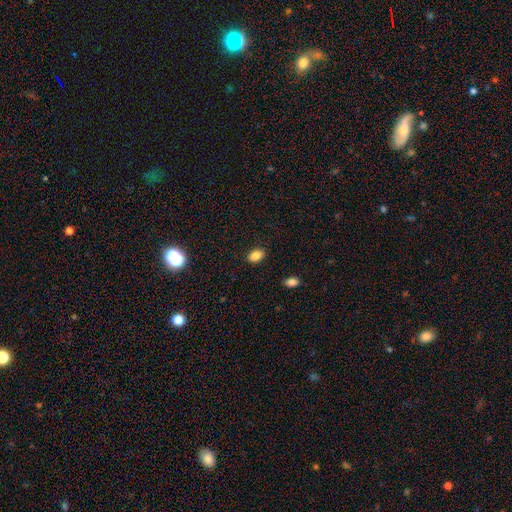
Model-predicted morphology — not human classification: This appears to be a smooth galaxy with no disk features (86%) that is in between round and cigar-shaped (85%). Merging: none (88%).